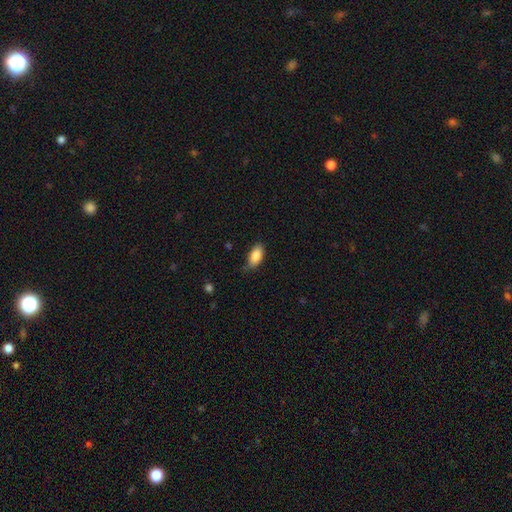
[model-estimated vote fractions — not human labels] This appears to be a smooth galaxy with no disk features (86%) that is in between round and cigar-shaped (92%). Merging: none (69%).